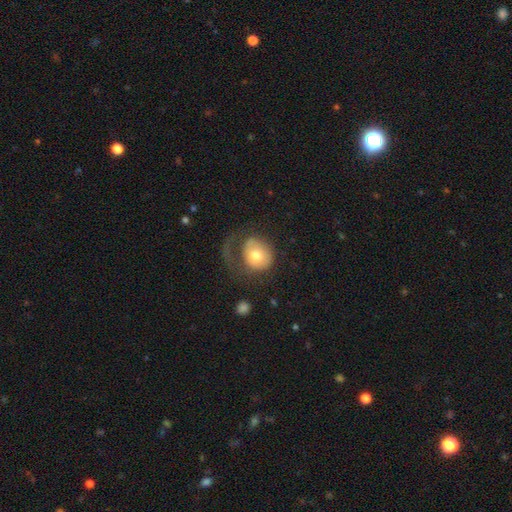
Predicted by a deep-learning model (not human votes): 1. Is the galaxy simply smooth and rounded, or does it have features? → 63% smooth, 30% featured or disk, 7% star or artifact.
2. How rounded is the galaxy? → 71% round, 28% in between, 1% cigar-shaped.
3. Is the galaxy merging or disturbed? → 50% major disturbance, 30% none, 17% minor disturbance, 3% merger.